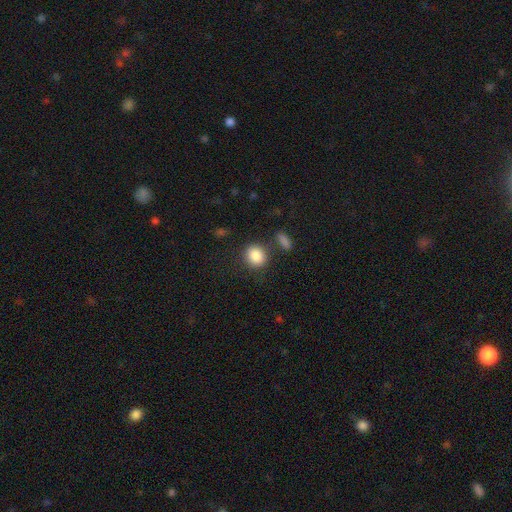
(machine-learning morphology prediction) Overall: smooth (87%). How rounded: round (70%). Merging: none (79%).